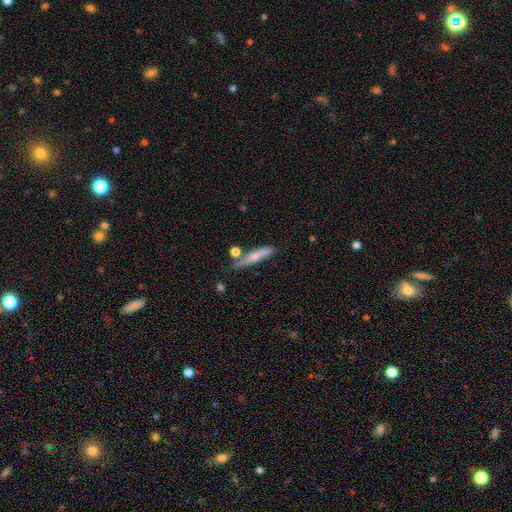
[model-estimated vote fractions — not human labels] Overall: smooth (55%; featured or disk 38%). How rounded: cigar-shaped (86%). Merging: none (63%).